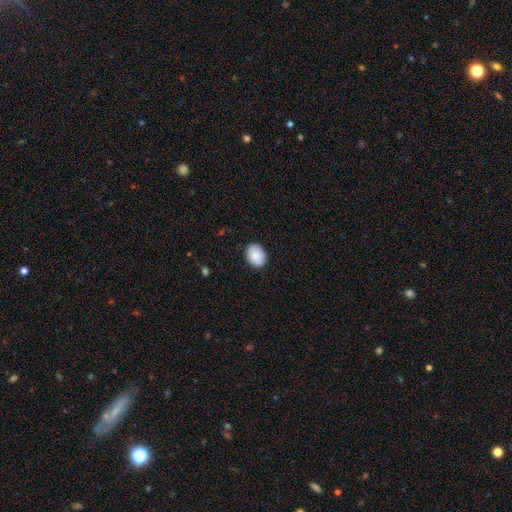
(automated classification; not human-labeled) Smooth or featured: smooth — 88% (star or artifact — 7%)
How rounded: in between — 68% (round — 31%)
Merging: none — 86% (minor disturbance — 11%)